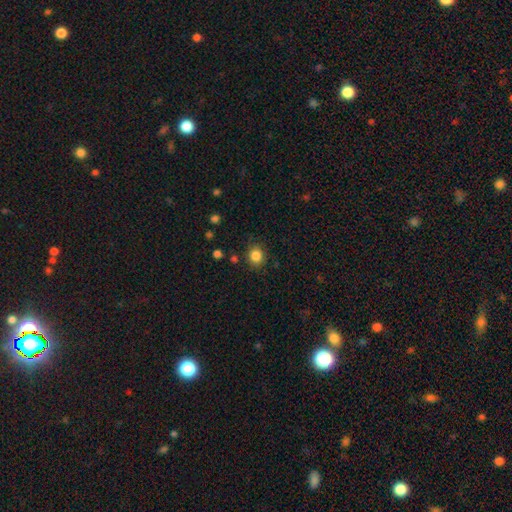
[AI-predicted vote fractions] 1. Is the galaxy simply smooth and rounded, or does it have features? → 84% smooth, 11% star or artifact, 5% featured or disk.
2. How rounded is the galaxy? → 77% round, 22% in between, 1% cigar-shaped.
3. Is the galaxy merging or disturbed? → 84% none, 11% minor disturbance, 3% major disturbance, 2% merger.